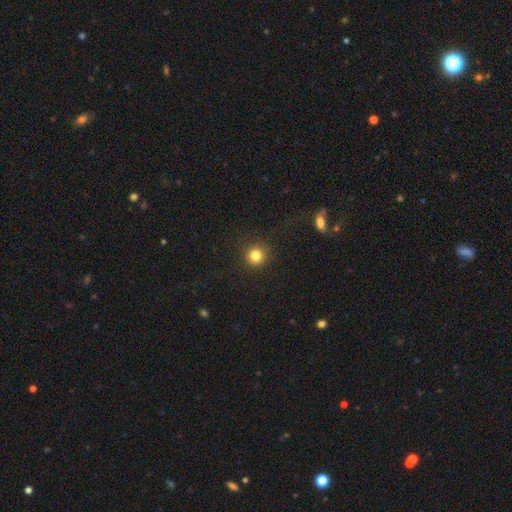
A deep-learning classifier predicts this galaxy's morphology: type=smooth (83%); roundness=round (94%); merging=none (90%).